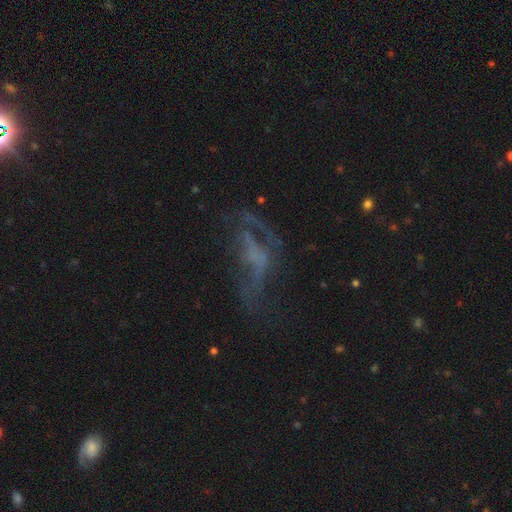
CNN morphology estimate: Smooth or featured? Predicted: featured or disk (p=0.60). Edge-on disk? Predicted: no (p=0.90). Bar? Predicted: no (p=0.69). Spiral arms? Predicted: no (p=0.61). Bulge size? Predicted: none (p=0.74). Merging? Predicted: major disturbance (p=0.44).